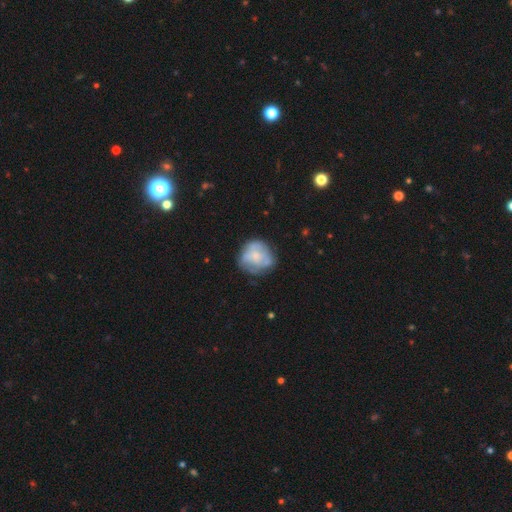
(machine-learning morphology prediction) The model was most divided on "smooth or featured": smooth: 48%, featured or disk: 44%, star or artifact: 8%. More confident: merging — none (61%).